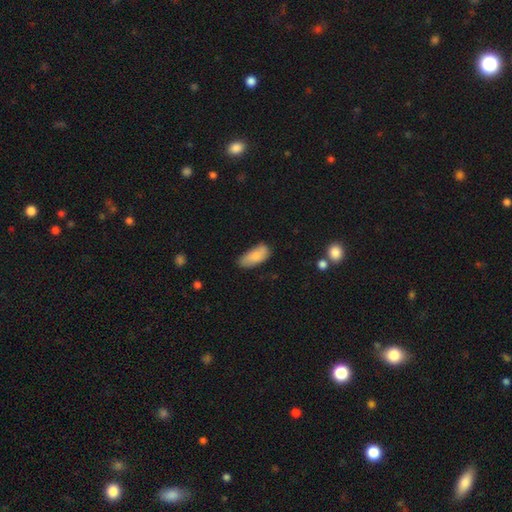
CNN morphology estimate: Smooth or featured: smooth — 84% (featured or disk — 9%)
How rounded: in between — 88% (cigar-shaped — 10%)
Merging: none — 64% (minor disturbance — 28%)